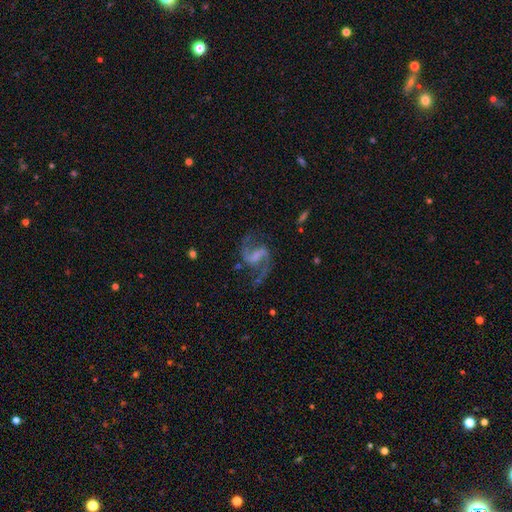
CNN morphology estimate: This is clearly a featured or disk galaxy (91%). It is clearly not viewed edge-on (98%). Bar: possibly weak (51%). Spiral arm pattern: clearly yes (98%). Spiral arm count: clearly 2 (94%). Spiral winding: possibly loose (51%). Central bulge: marginally small (39%). Merging: likely none (72%).